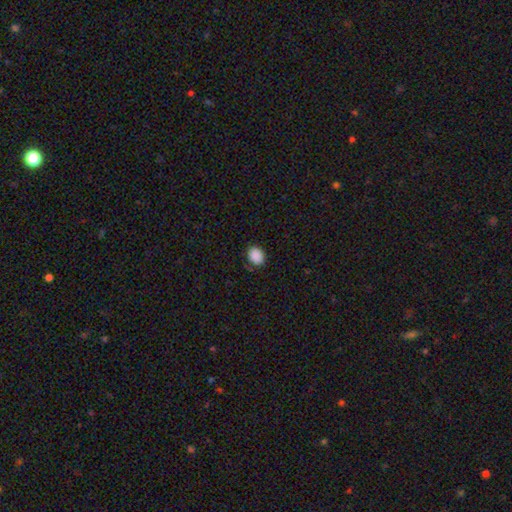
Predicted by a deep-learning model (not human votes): Q: Smooth or featured?
A: smooth (88%); runner-up: star or artifact (9%)
Q: How rounded?
A: in between (51%); runner-up: round (48%)
Q: Merging?
A: none (82%); runner-up: minor disturbance (13%)